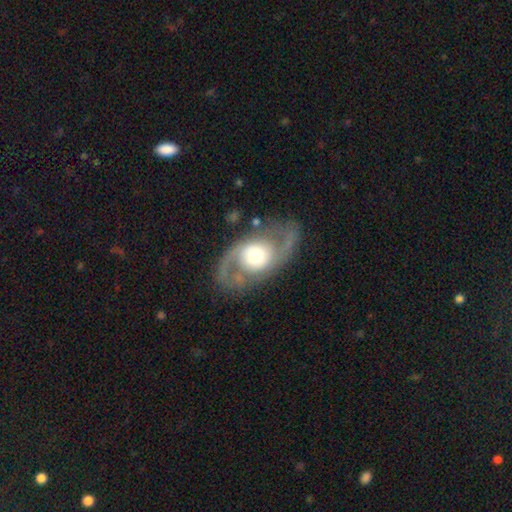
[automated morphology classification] This appears to be a featured or disk galaxy (83%) with no bar (69%), 2 (90%) medium (47%) spiral arms (87%) and a moderate central bulge (57%). Merging: none (73%).